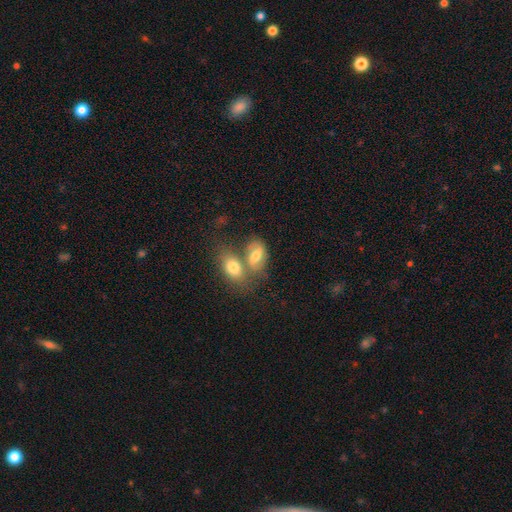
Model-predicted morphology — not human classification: smooth 71%, featured or disk 20%, star or artifact 8%. Down the decision tree: how rounded — in between (89%); merging — merger (51%).